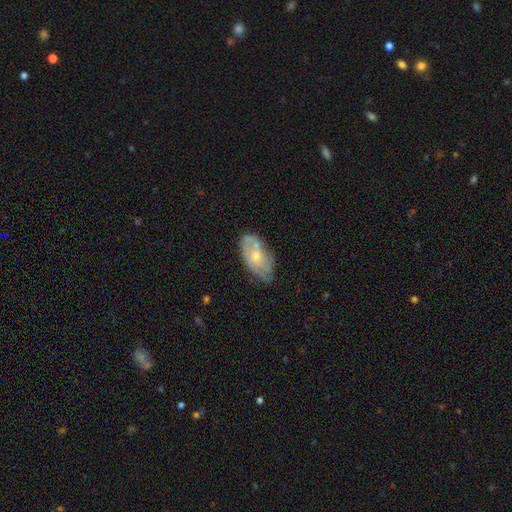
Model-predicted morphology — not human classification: Smooth or featured? featured or disk (54%)
Edge-on disk? no (93%)
Merging? none (52%)